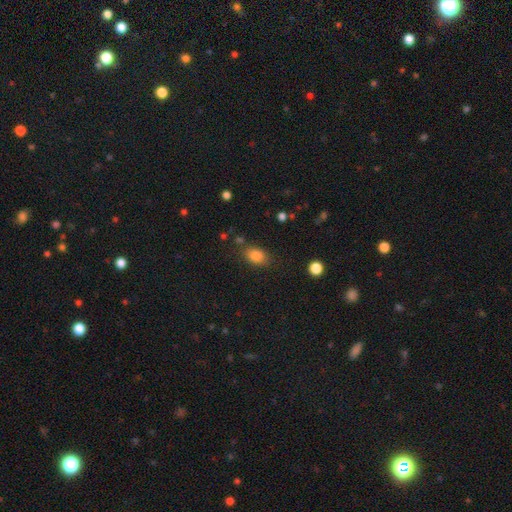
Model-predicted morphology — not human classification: This appears to be a smooth galaxy with no disk features (84%) that is in between round and cigar-shaped (80%). Merging: none (76%).